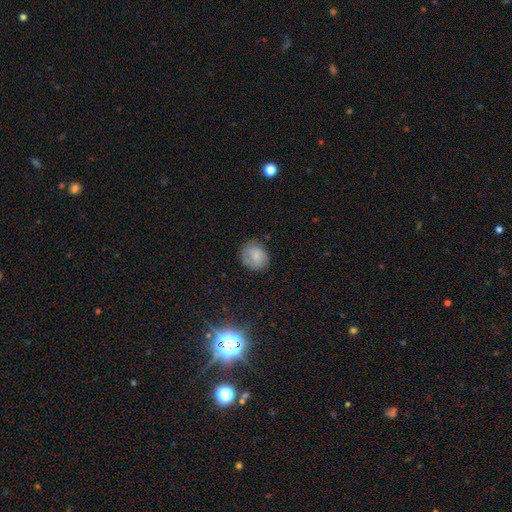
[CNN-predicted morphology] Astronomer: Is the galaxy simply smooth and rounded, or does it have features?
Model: smooth — 76%.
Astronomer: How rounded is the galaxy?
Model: round — 77%.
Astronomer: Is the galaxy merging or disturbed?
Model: none — 76%.